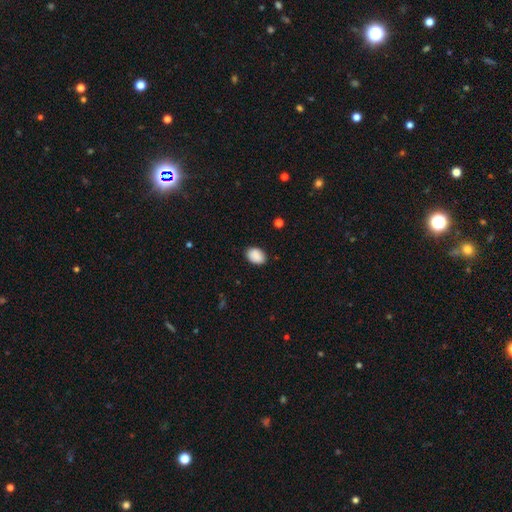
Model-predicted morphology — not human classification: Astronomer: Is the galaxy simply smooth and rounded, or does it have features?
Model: smooth — 90%.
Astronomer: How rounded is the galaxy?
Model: in between — 82%.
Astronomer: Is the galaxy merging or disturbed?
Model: none — 87%.